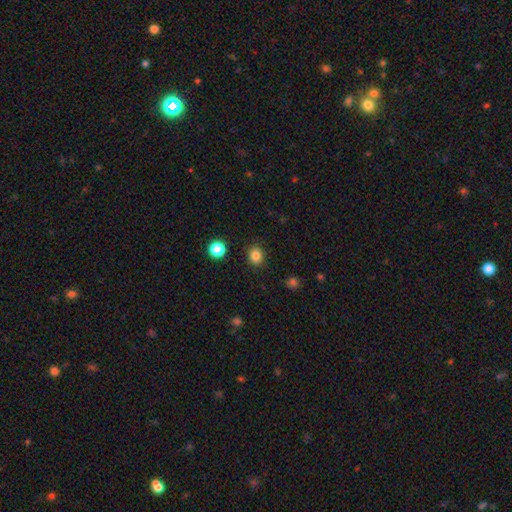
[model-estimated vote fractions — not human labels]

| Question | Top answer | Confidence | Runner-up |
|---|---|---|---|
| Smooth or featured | smooth | 83% | star or artifact (12%) |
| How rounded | round | 67% | in between (32%) |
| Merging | none | 90% | minor disturbance (7%) |